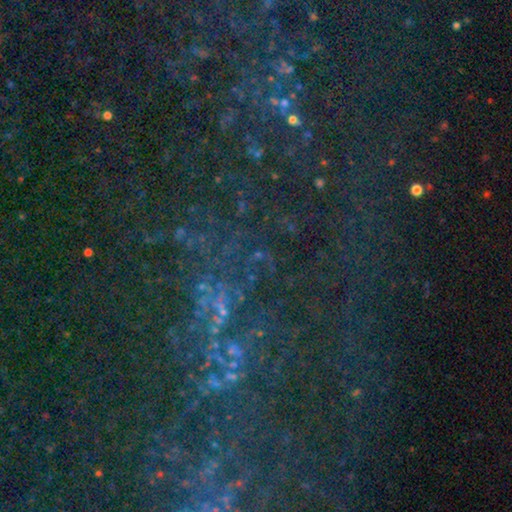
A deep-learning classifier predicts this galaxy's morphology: A star or artifact, not a galaxy (73%).

Vote fractions:
- Smooth or featured? star or artifact: 73% / smooth: 15% / featured or disk: 12%